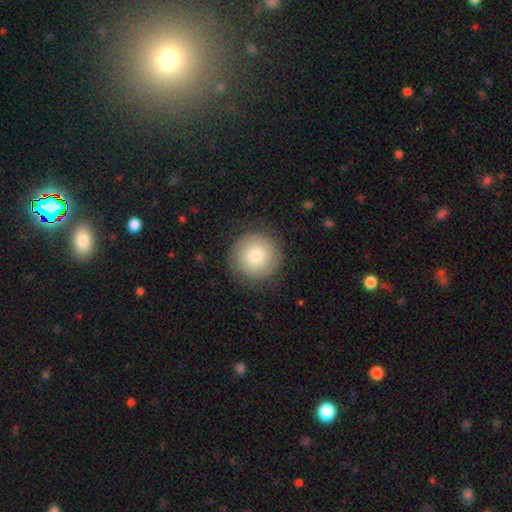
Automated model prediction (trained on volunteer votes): Q: Smooth or featured?
A: smooth (70%); runner-up: featured or disk (23%)
Q: How rounded?
A: round (95%); runner-up: in between (4%)
Q: Merging?
A: none (86%); runner-up: minor disturbance (9%)